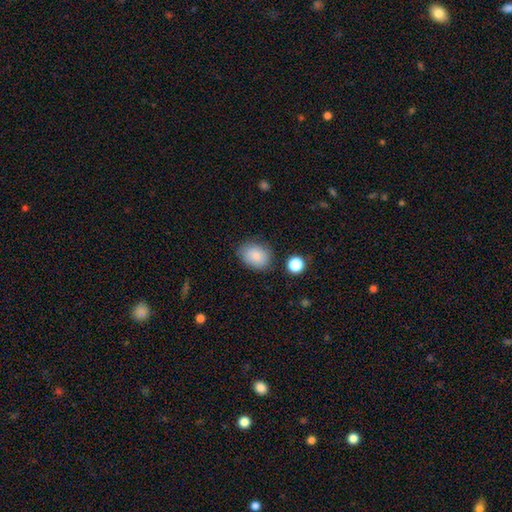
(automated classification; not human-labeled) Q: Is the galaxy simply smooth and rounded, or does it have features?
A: smooth — 85%.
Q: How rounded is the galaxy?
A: in between — 63%.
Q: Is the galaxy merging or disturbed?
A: none — 77%.